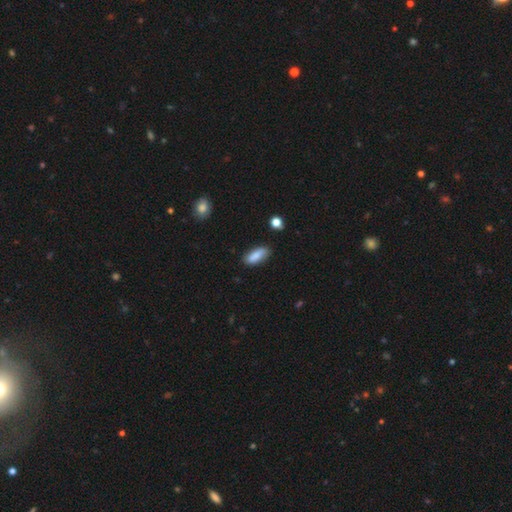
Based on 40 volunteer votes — Volunteers were most divided on "merging": none: 74%, minor disturbance: 26%, major disturbance: 0%, merger: 0%. More confident: how rounded — in between (84%); smooth or featured — smooth (78%).